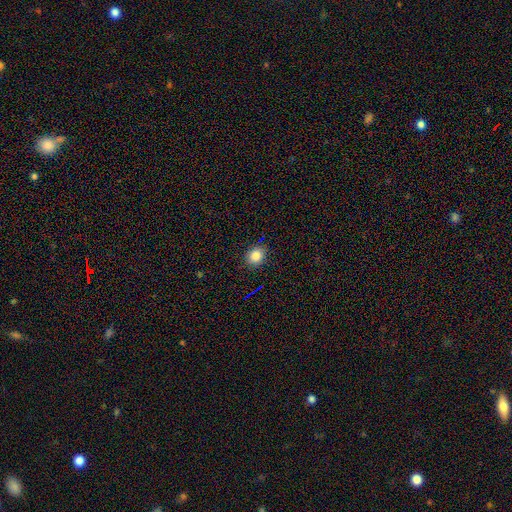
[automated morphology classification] Q: Smooth or featured?
A: smooth (84%); runner-up: star or artifact (11%)
Q: How rounded?
A: round (72%); runner-up: in between (27%)
Q: Merging?
A: none (89%); runner-up: minor disturbance (8%)